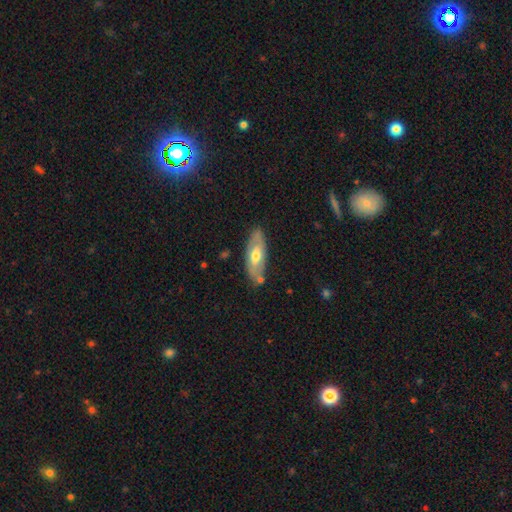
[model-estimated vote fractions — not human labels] This appears to be a smooth galaxy with no disk features (48%). Merging: none (77%).